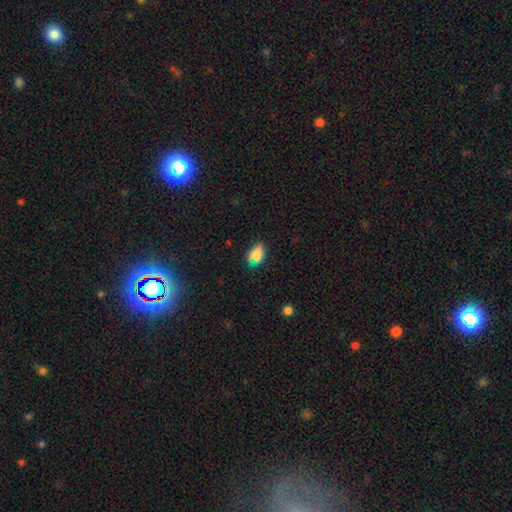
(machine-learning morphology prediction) smooth 75%, star or artifact 15%, featured or disk 10%. Down the decision tree: how rounded — in between (85%); merging — none (68%).